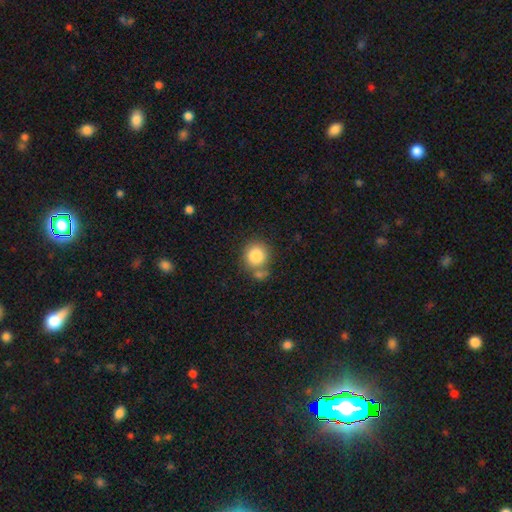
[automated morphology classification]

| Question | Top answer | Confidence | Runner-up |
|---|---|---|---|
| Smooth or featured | smooth | 83% | star or artifact (9%) |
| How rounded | round | 88% | in between (11%) |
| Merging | none | 59% | merger (24%) |